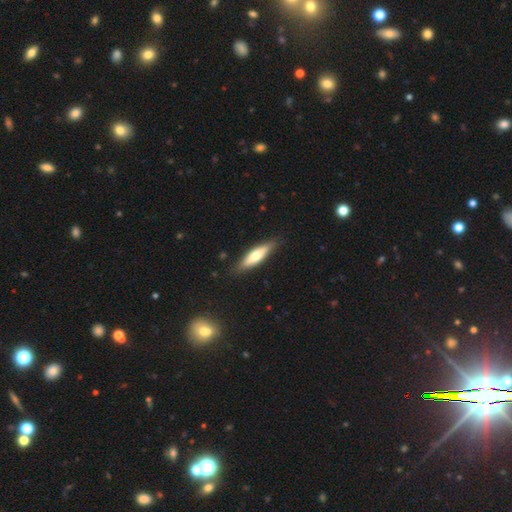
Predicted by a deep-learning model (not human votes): The model was most divided on "smooth or featured": smooth: 56%, featured or disk: 39%, star or artifact: 5%. More confident: merging — none (84%); how rounded — cigar-shaped (60%).